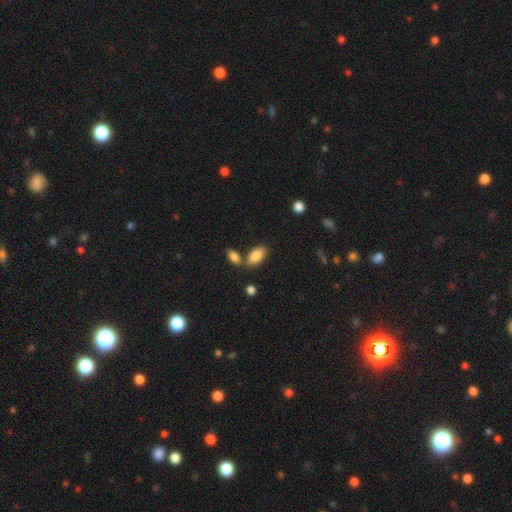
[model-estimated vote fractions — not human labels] Q: Smooth or featured?
A: smooth (86%); runner-up: featured or disk (7%)
Q: How rounded?
A: in between (92%); runner-up: cigar-shaped (5%)
Q: Merging?
A: none (66%); runner-up: merger (19%)